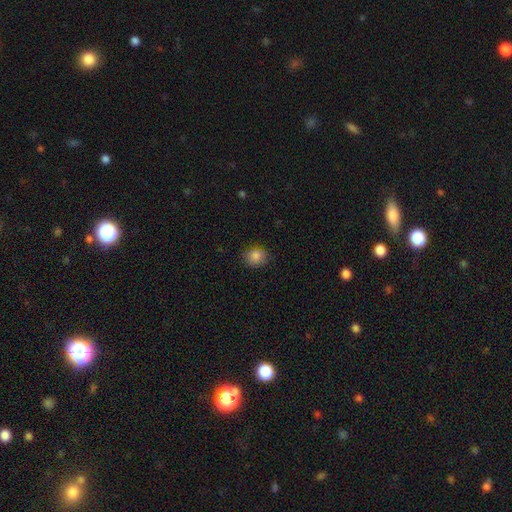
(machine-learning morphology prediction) Smooth or featured?
  - smooth: 85% *
  - star or artifact: 10%
  - featured or disk: 5%
How rounded?
  - round: 67% *
  - in between: 32%
  - cigar-shaped: 1%
Merging?
  - none: 86% *
  - minor disturbance: 11%
  - major disturbance: 3%
  - merger: 1%